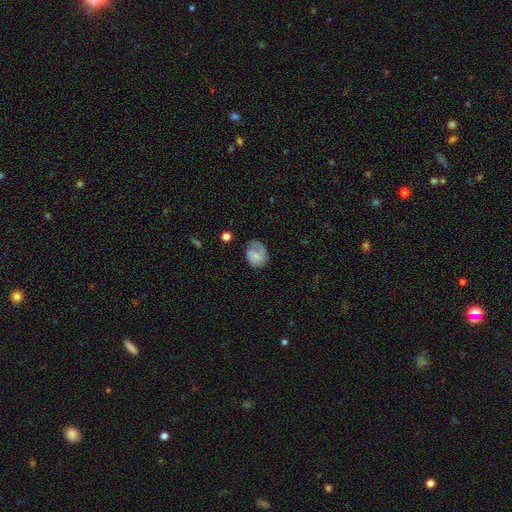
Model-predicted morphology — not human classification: This is possibly a smooth galaxy (60%). How rounded: possibly in between (52%). Merging: possibly none (48%).